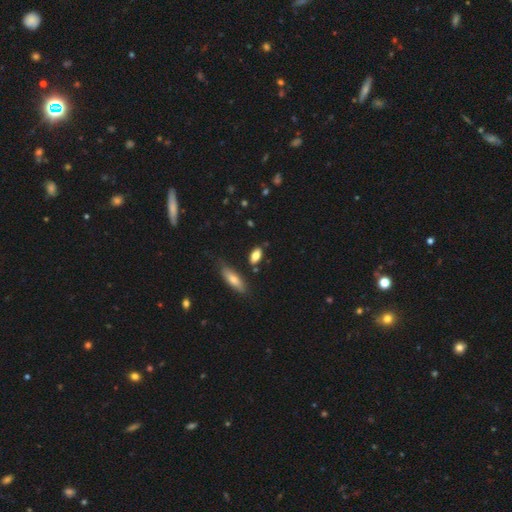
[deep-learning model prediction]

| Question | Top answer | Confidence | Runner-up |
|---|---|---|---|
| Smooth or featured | smooth | 79% | featured or disk (13%) |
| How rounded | in between | 84% | cigar-shaped (10%) |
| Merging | none | 77% | minor disturbance (14%) |